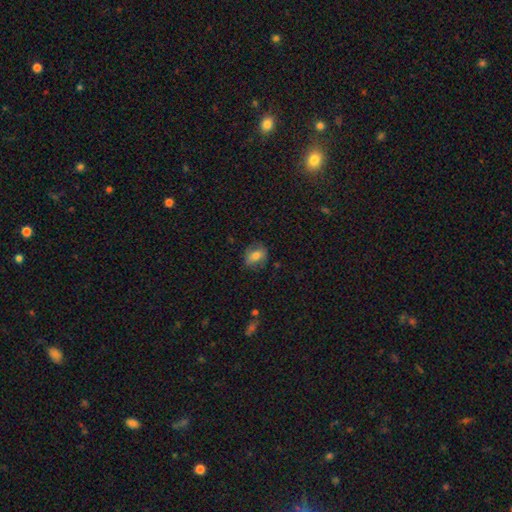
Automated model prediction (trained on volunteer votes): smooth 70%, featured or disk 22%, star or artifact 9%. Down the decision tree: how rounded — in between (62%); merging — none (75%).